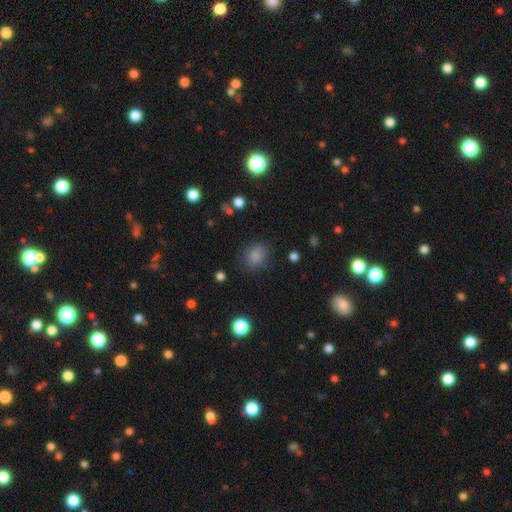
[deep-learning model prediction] Smooth or featured: smooth — 83% (star or artifact — 11%)
How rounded: round — 63% (in between — 36%)
Merging: none — 82% (minor disturbance — 12%)